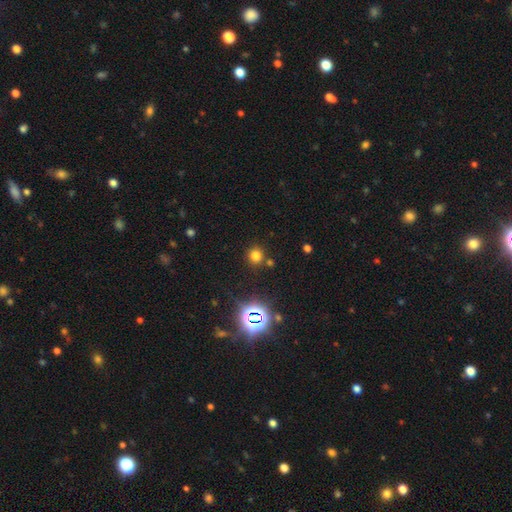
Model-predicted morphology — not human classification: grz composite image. It shows a smooth galaxy with no disk features (71%) that is round (90%). Merging: none (82%).